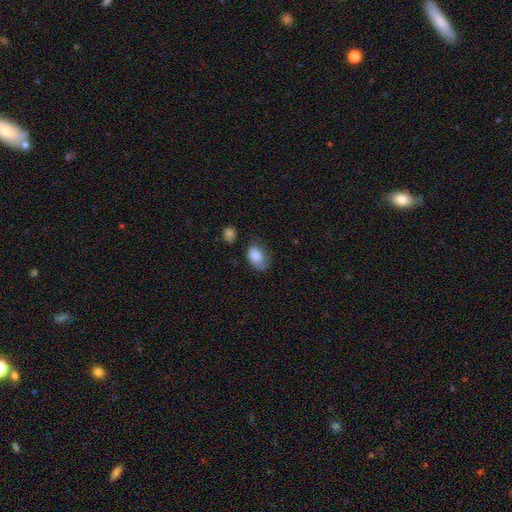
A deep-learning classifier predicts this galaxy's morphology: Smooth or featured?
  - smooth: 80% *
  - featured or disk: 13%
  - star or artifact: 7%
How rounded?
  - in between: 84% *
  - round: 15%
  - cigar-shaped: 1%
Merging?
  - none: 43% *
  - minor disturbance: 34%
  - major disturbance: 19%
  - merger: 4%